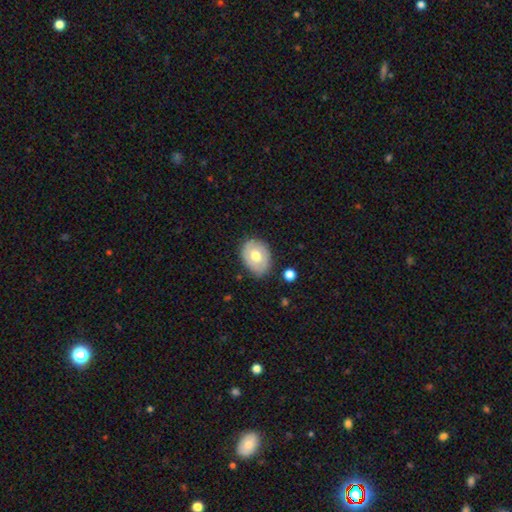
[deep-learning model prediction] A smooth galaxy with no disk features (55%) that is in between round and cigar-shaped (65%). Merging: none (78%).